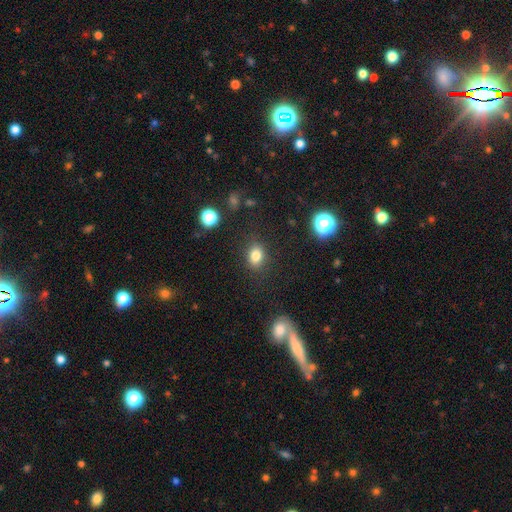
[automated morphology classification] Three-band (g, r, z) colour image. It shows a smooth galaxy with no disk features (81%) that is in between round and cigar-shaped (58%). Merging: none (85%).